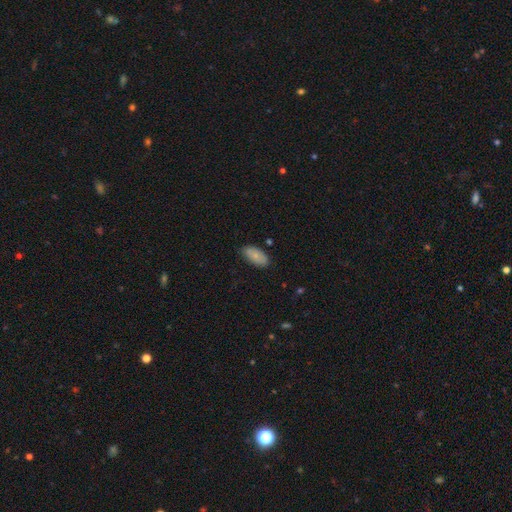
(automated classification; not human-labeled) Smooth or featured? Predicted: smooth (p=0.76). How rounded? Predicted: in between (p=0.93). Merging? Predicted: none (p=0.79).